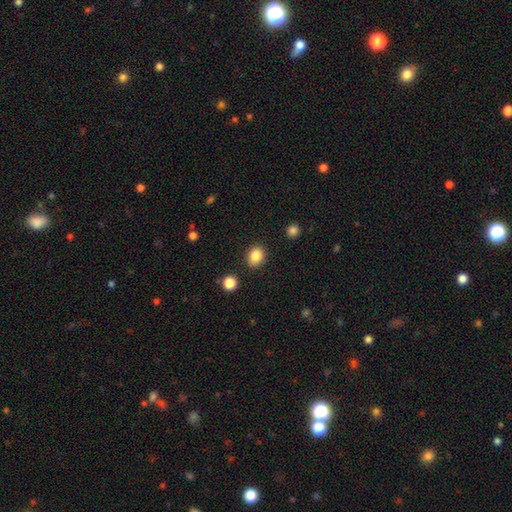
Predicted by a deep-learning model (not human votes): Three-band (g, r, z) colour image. It shows a smooth galaxy with no disk features (86%) that is round (50%). Merging: none (87%).